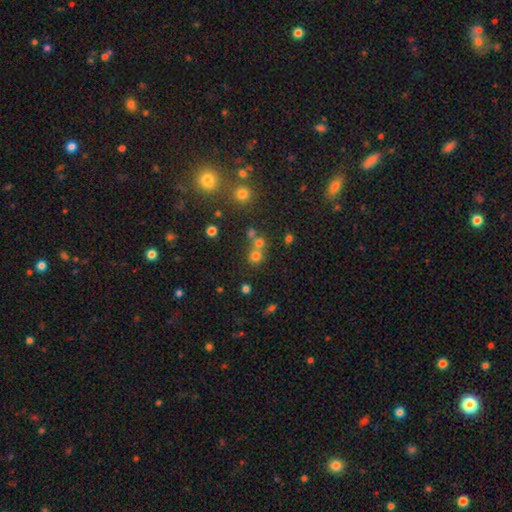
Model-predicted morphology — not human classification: This appears to be a smooth galaxy with no disk features (66%) that is round (87%). Merging: none (53%).